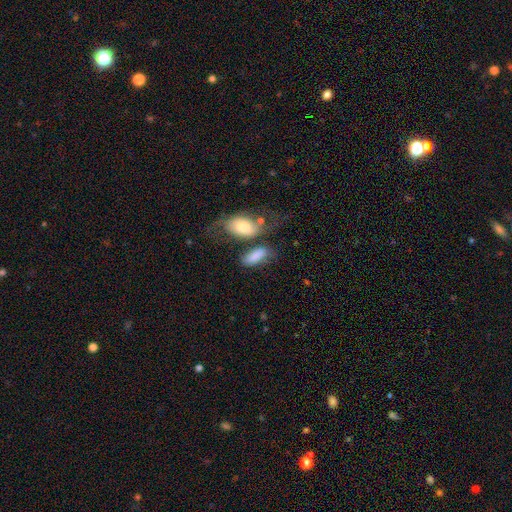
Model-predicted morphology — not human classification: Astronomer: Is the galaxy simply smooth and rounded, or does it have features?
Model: smooth — 79%.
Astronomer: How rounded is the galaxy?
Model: in between — 84%.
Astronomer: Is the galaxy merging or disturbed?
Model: none — 38% (runner-up: merger, 31%).